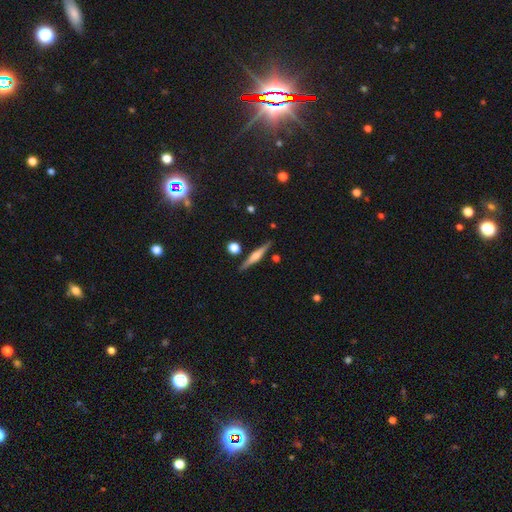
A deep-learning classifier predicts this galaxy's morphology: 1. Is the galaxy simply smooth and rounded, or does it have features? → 69% featured or disk, 24% smooth, 7% star or artifact.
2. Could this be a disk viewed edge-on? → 98% yes, 2% no.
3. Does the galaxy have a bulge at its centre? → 81% rounded, 13% boxy, 7% none.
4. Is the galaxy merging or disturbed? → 88% none, 7% minor disturbance, 3% merger, 2% major disturbance.